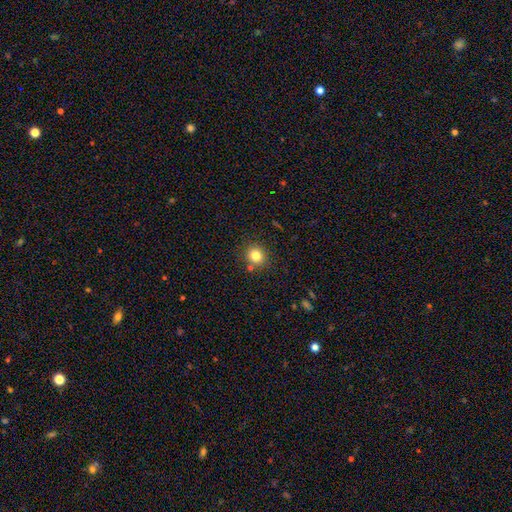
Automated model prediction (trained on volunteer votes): Smooth or featured: smooth — 81% (star or artifact — 13%)
How rounded: round — 85% (in between — 14%)
Merging: none — 82% (minor disturbance — 9%)